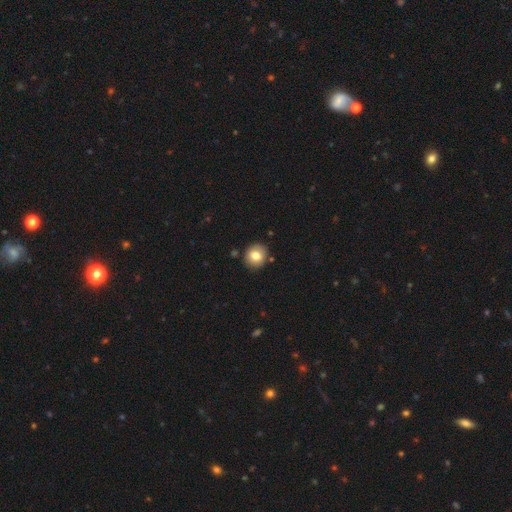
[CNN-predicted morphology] The model was most divided on "how rounded": round: 82%, in between: 17%, cigar-shaped: 1%. More confident: merging — none (87%); smooth or featured — smooth (79%).